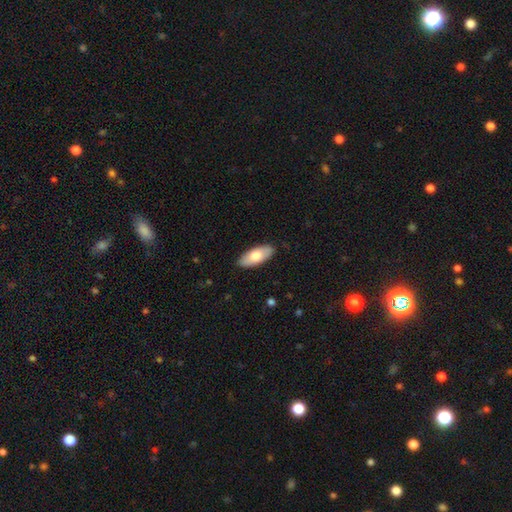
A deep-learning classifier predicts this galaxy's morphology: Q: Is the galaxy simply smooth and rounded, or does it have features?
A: smooth — 73%.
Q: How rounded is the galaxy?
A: in between — 87%.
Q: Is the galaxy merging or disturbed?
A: none — 88%.